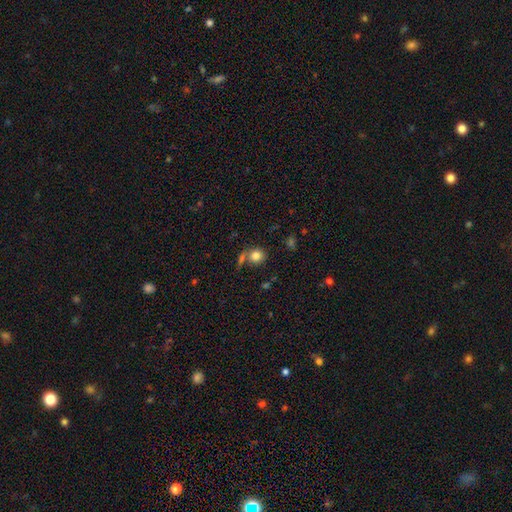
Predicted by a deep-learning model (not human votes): A smooth galaxy with no disk features (81%) that is round (81%). Merging: none (62%).